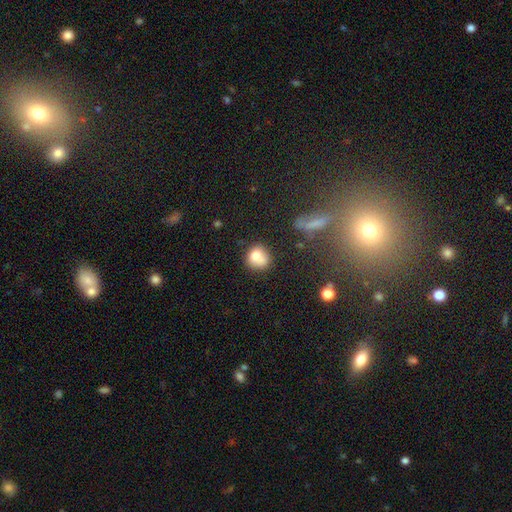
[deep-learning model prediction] A smooth galaxy with no disk features (75%) that is round (77%).

Vote fractions:
- Smooth or featured? smooth: 75% / featured or disk: 14% / star or artifact: 11%
- How rounded? round: 77% / in between: 22% / cigar-shaped: 1%
- Merging? none: 53% / merger: 21% / minor disturbance: 19% / major disturbance: 7%